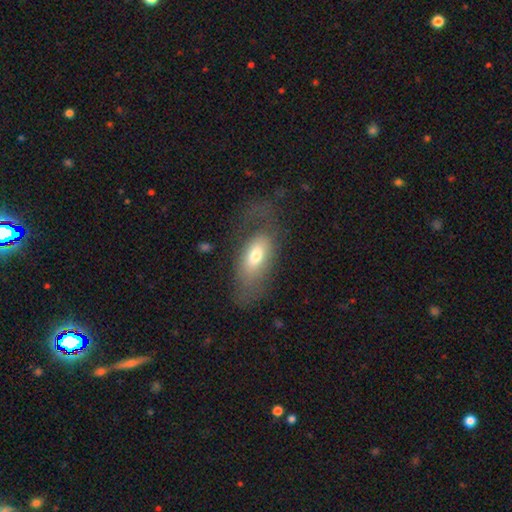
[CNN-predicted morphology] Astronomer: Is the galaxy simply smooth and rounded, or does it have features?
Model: smooth — 63%.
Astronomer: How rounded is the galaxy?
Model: in between — 86%.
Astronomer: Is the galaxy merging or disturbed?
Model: none — 48% (runner-up: major disturbance, 27%).